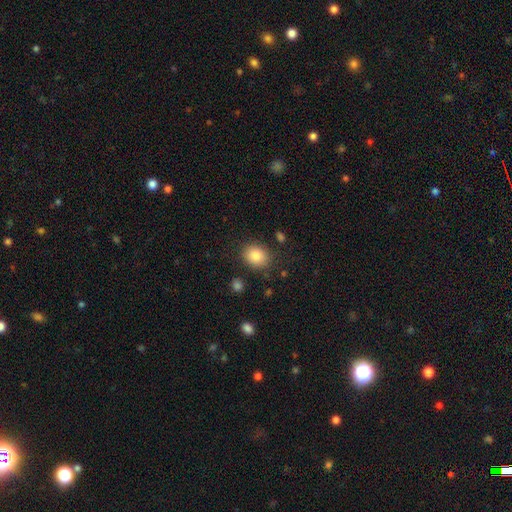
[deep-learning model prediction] This is clearly a smooth galaxy (84%). How rounded: possibly round (58%). Merging: clearly none (84%).